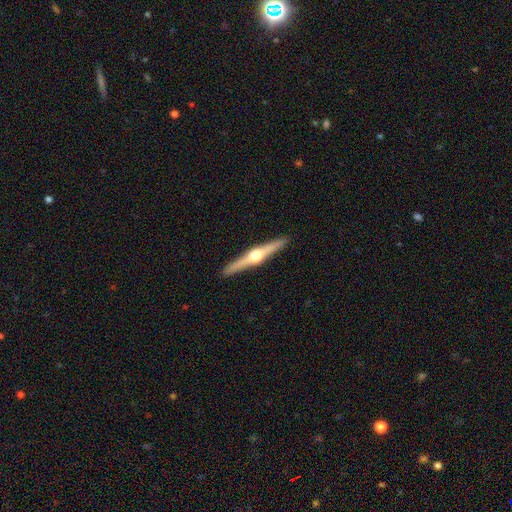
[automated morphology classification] This appears to be a featured or disk galaxy (80%) viewed edge-on (98%) with a rounded central bulge (96%). Merging: none (92%).